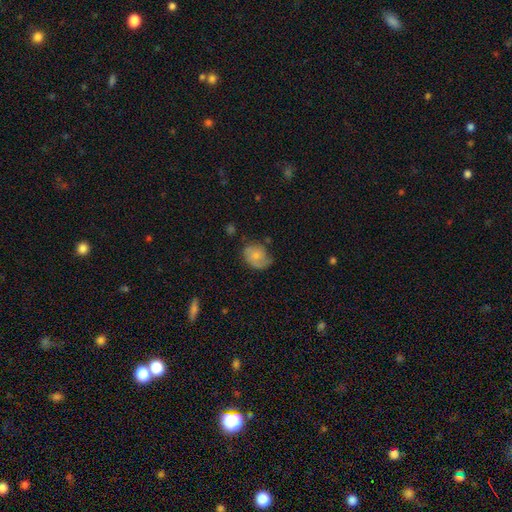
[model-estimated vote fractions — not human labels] smooth_or_featured: smooth (p=0.58) [alt: featured or disk p=0.33]
how_rounded: in between (p=0.61) [alt: round p=0.38]
merging: none (p=0.51) [alt: minor disturbance p=0.32]